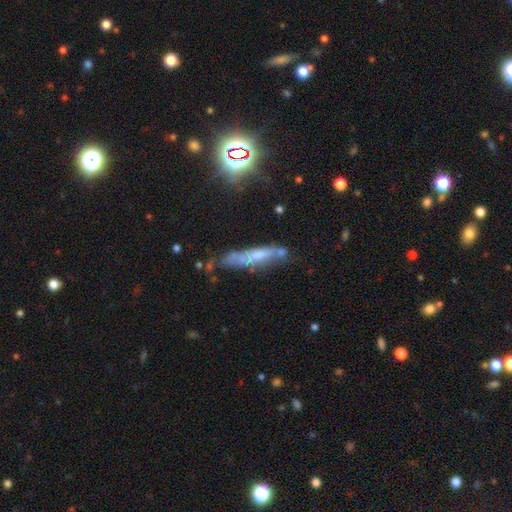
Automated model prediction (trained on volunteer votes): Overall: featured or disk (49%; smooth 39%). Merging: none (54%; minor disturbance 27%).